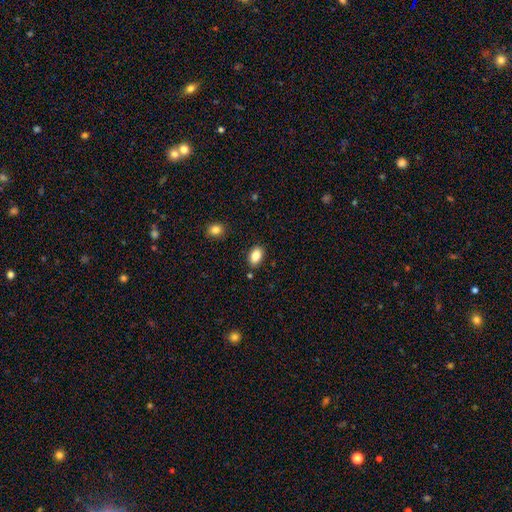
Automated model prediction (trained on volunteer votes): Overall: smooth (87%). How rounded: in between (90%). Merging: none (86%).